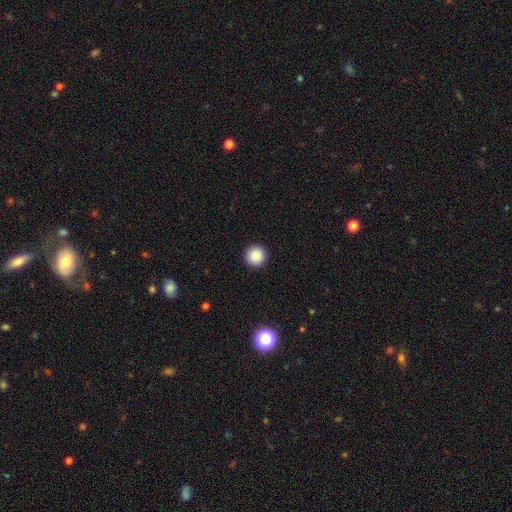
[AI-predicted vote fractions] Smooth or featured: smooth — 88% (star or artifact — 9%)
How rounded: round — 96% (in between — 3%)
Merging: none — 93% (minor disturbance — 4%)